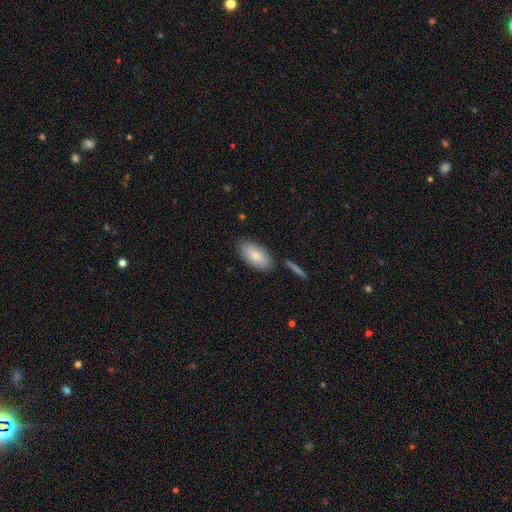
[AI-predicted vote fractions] A smooth galaxy with no disk features (82%) that is in between round and cigar-shaped (92%). Merging: none (81%).